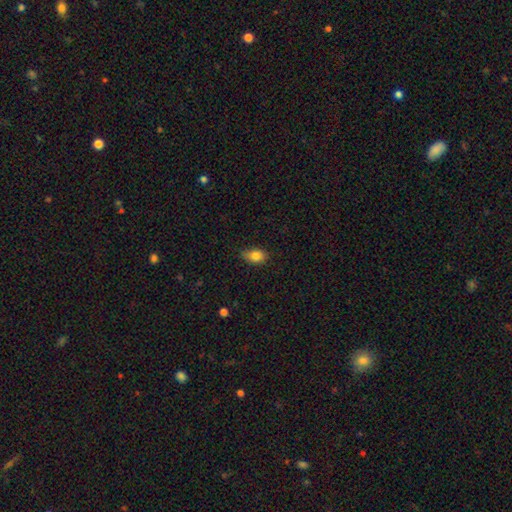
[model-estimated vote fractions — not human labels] smooth 82%, star or artifact 10%, featured or disk 9%. Down the decision tree: how rounded — in between (79%); merging — none (70%).